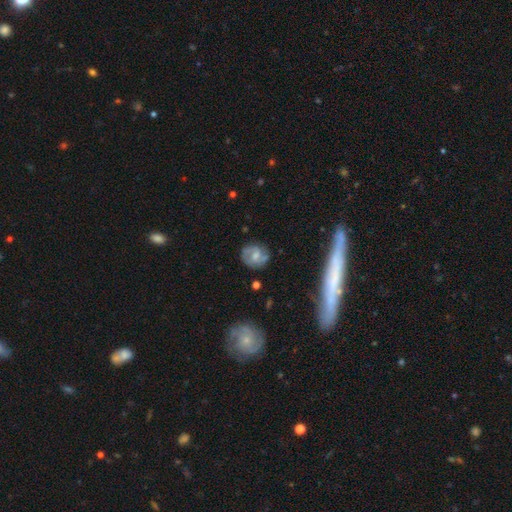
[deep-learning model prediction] A featured or disk galaxy (60%) with no bar (47%), spiral arms (84%) and a moderate central bulge (45%). Merging: none (73%).